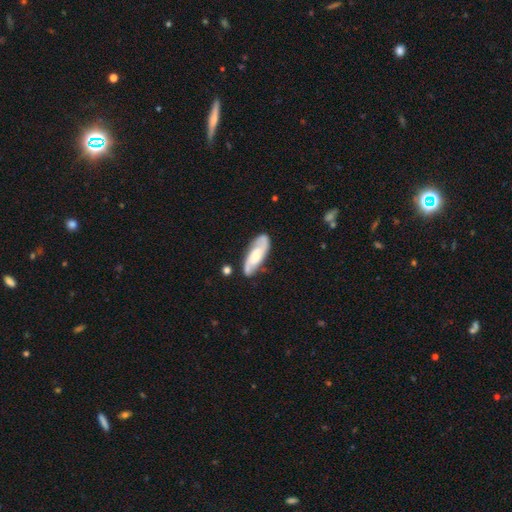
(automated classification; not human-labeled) Smooth or featured? featured or disk (66%)
Edge-on disk? no (88%)
Bar? no (59%)
Spiral arms? yes (91%)
Spiral winding? medium (44%)
Spiral arm count? 2 (81%)
Bulge size? small (44%)
Merging? none (76%)